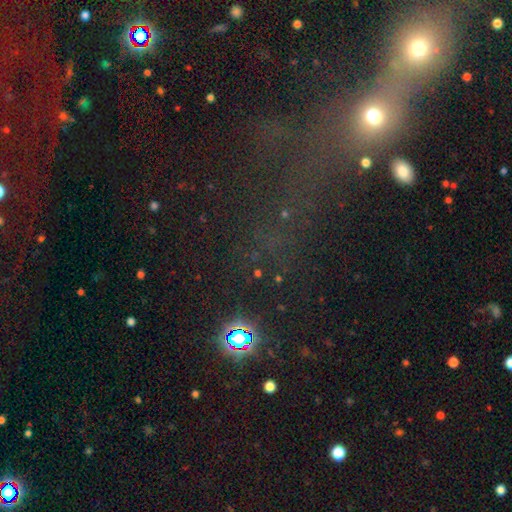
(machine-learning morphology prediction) This appears to be a star or artifact, not a galaxy (56%).